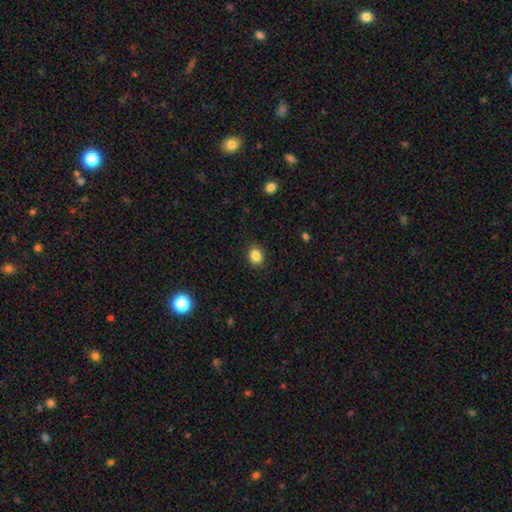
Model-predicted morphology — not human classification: smooth 85%, star or artifact 10%, featured or disk 4%. Down the decision tree: how rounded — round (63%); merging — none (91%).